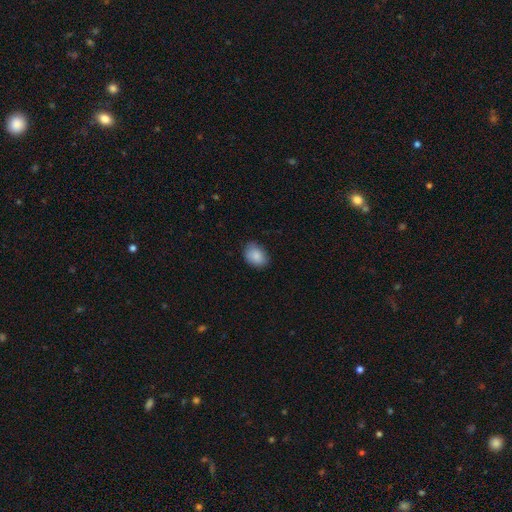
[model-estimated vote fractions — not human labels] smooth 87%, star or artifact 7%, featured or disk 5%. Down the decision tree: how rounded — in between (67%); merging — none (78%).